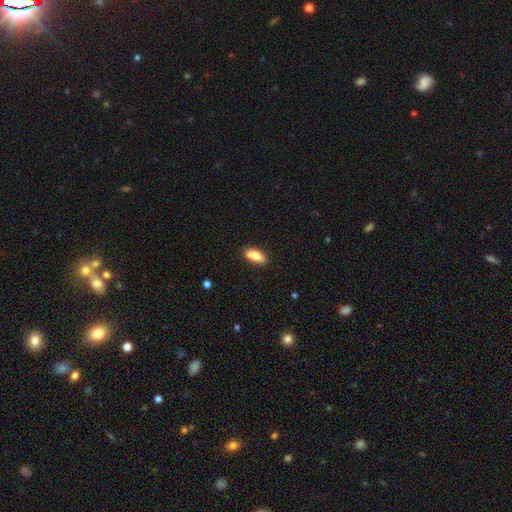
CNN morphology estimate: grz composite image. It shows a smooth galaxy with no disk features (76%) that is in between round and cigar-shaped (84%). Merging: none (67%).